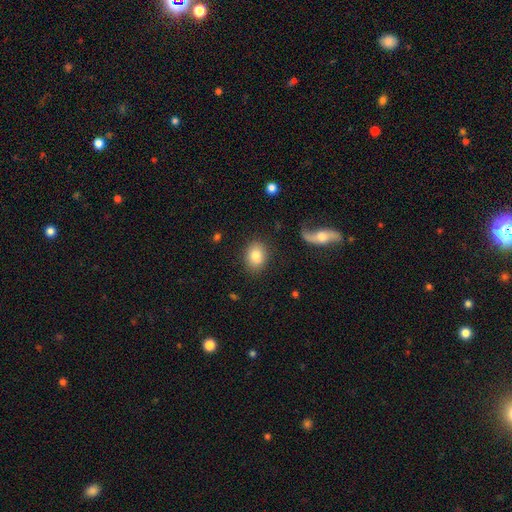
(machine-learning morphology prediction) Q: Smooth or featured?
A: smooth (81%); runner-up: featured or disk (11%)
Q: How rounded?
A: in between (59%); runner-up: round (40%)
Q: Merging?
A: none (83%); runner-up: minor disturbance (10%)